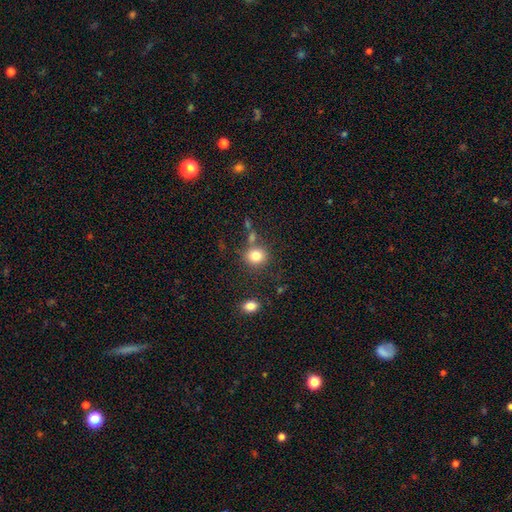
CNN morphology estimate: This appears to be a smooth galaxy with no disk features (82%) that is round (77%). Merging: none (69%).